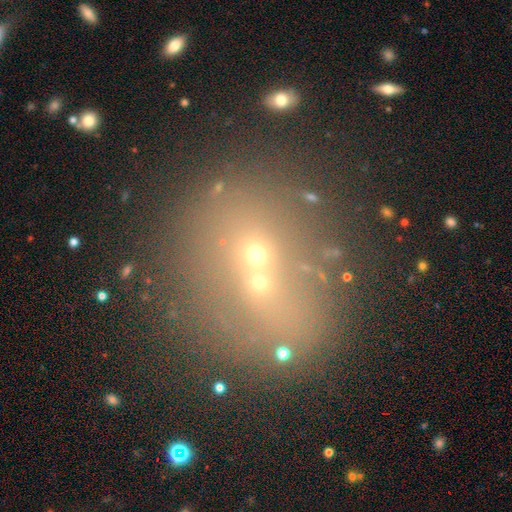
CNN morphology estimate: smooth-or-featured: smooth: 43% | star or artifact: 37% | featured or disk: 20%
  merging: none: 50% | merger: 38% | minor disturbance: 8% | major disturbance: 5%